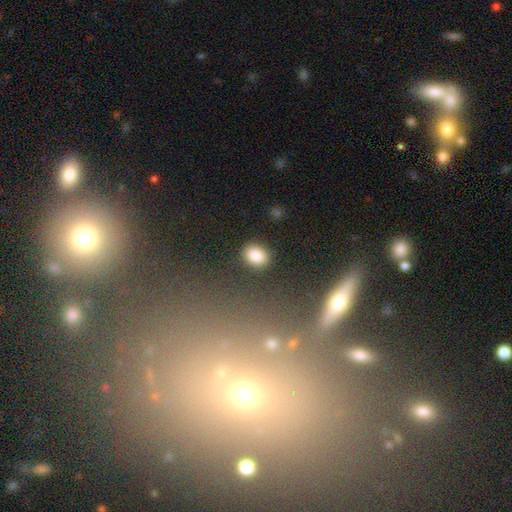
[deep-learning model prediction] smooth-or-featured: smooth: 84% | star or artifact: 10% | featured or disk: 6%
  how-rounded: in between: 57% | round: 42% | cigar-shaped: 1%
  merging: none: 84% | minor disturbance: 10% | major disturbance: 3% | merger: 3%